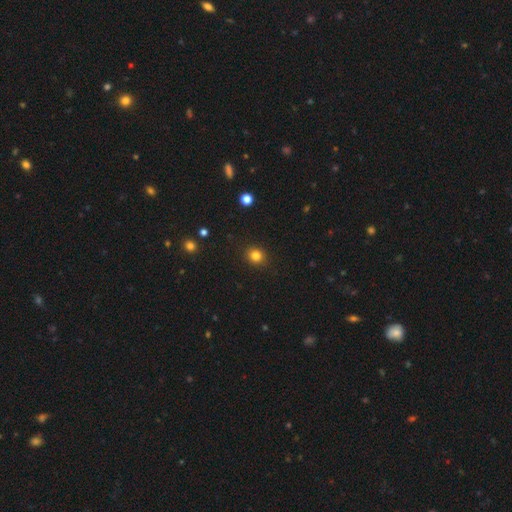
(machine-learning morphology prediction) Overall: smooth (82%). How rounded: round (80%). Merging: none (90%).